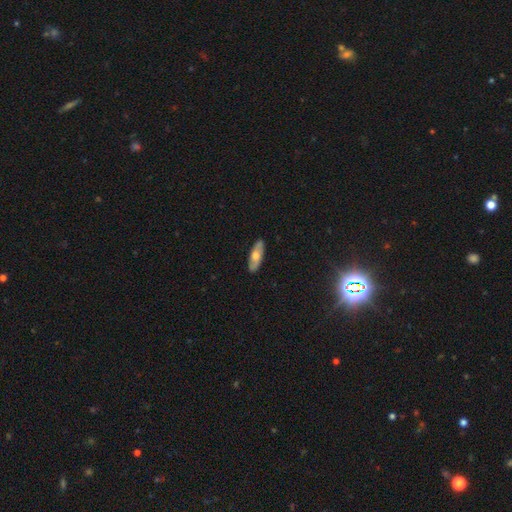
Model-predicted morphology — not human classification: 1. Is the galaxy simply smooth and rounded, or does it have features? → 56% smooth, 38% featured or disk, 5% star or artifact.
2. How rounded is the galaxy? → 61% in between, 36% cigar-shaped, 3% round.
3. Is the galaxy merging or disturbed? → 88% none, 9% minor disturbance, 2% major disturbance, 1% merger.